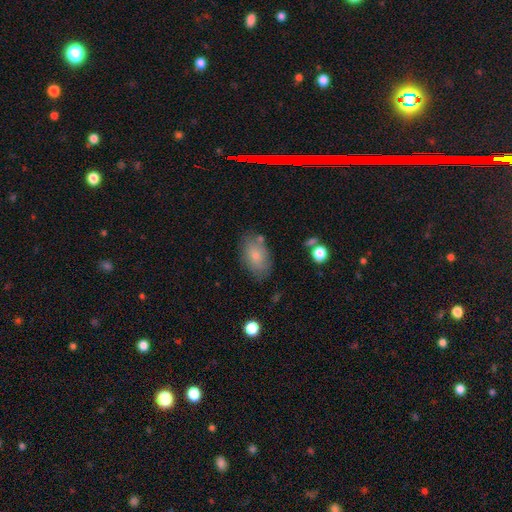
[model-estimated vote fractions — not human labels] Q: Smooth or featured?
A: smooth (75%); runner-up: featured or disk (17%)
Q: How rounded?
A: in between (89%); runner-up: round (9%)
Q: Merging?
A: none (72%); runner-up: minor disturbance (19%)